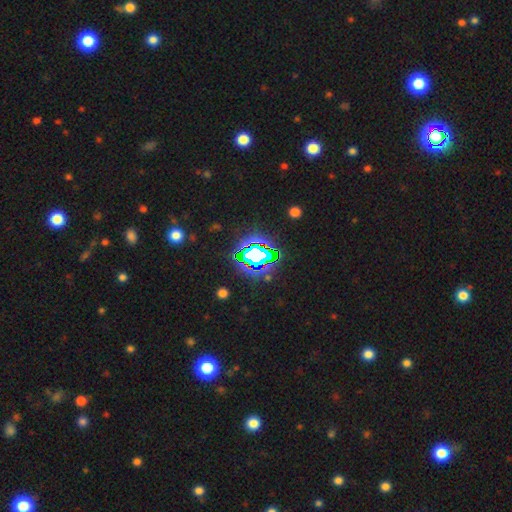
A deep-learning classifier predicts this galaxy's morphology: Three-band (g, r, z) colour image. It shows a star or artifact, not a galaxy (73%).